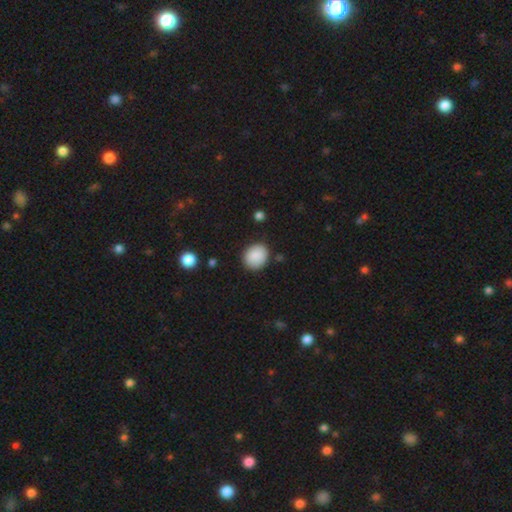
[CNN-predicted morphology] Q: Smooth or featured?
A: smooth (87%); runner-up: star or artifact (8%)
Q: How rounded?
A: round (64%); runner-up: in between (35%)
Q: Merging?
A: none (84%); runner-up: minor disturbance (11%)